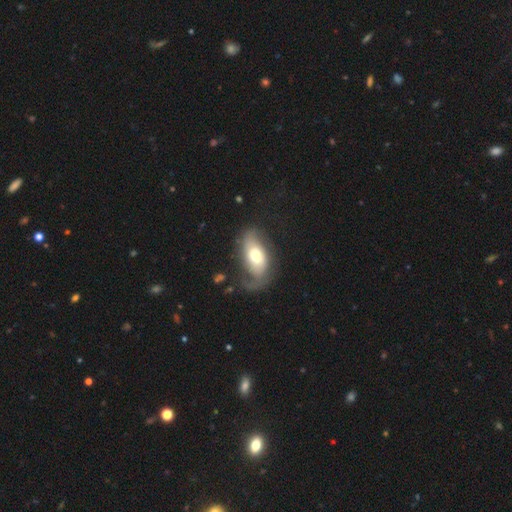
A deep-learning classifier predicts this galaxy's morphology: This is possibly a featured or disk galaxy (51%). It is clearly not viewed edge-on (92%). Merging: marginally none (44%).